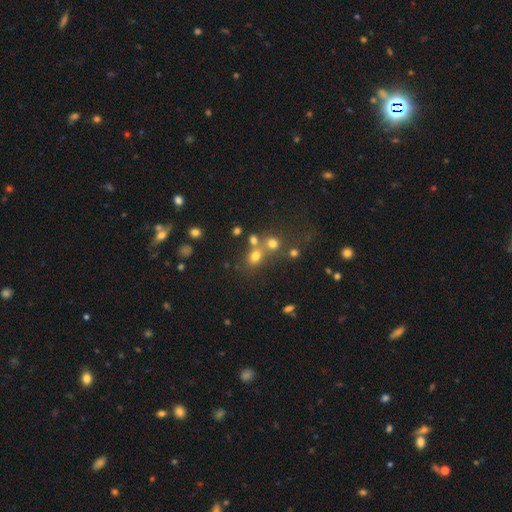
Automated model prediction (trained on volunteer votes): Smooth or featured: smooth — 67% (star or artifact — 21%)
How rounded: round — 66% (in between — 32%)
Merging: none — 50% (merger — 34%)